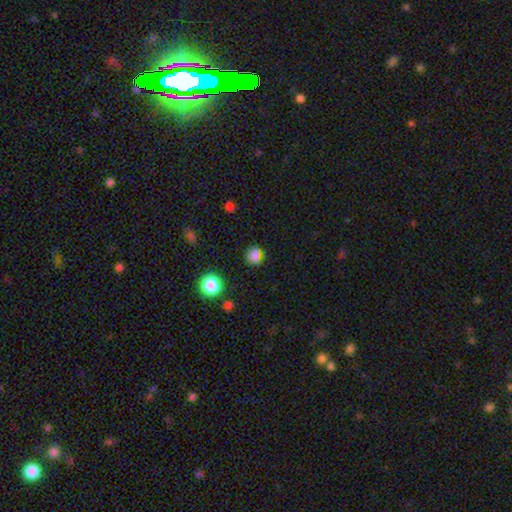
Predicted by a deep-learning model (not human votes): Smooth or featured?
  - smooth: 73% *
  - star or artifact: 22%
  - featured or disk: 6%
How rounded?
  - round: 82% *
  - in between: 16%
  - cigar-shaped: 1%
Merging?
  - none: 81% *
  - minor disturbance: 12%
  - major disturbance: 4%
  - merger: 4%